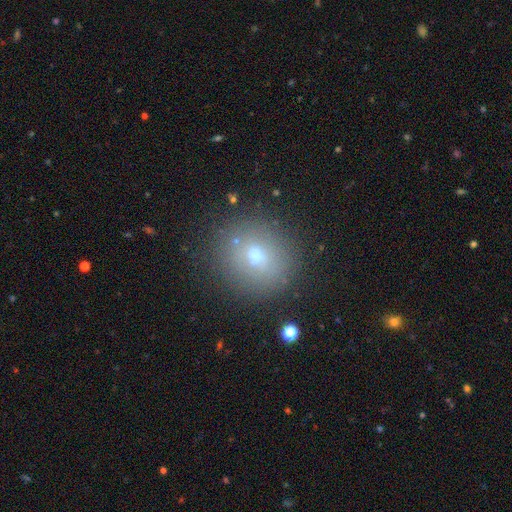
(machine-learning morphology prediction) Smooth or featured?
  - smooth: 68% *
  - featured or disk: 17%
  - star or artifact: 15%
How rounded?
  - round: 85% *
  - in between: 14%
  - cigar-shaped: 1%
Merging?
  - none: 82% *
  - minor disturbance: 11%
  - major disturbance: 4%
  - merger: 3%